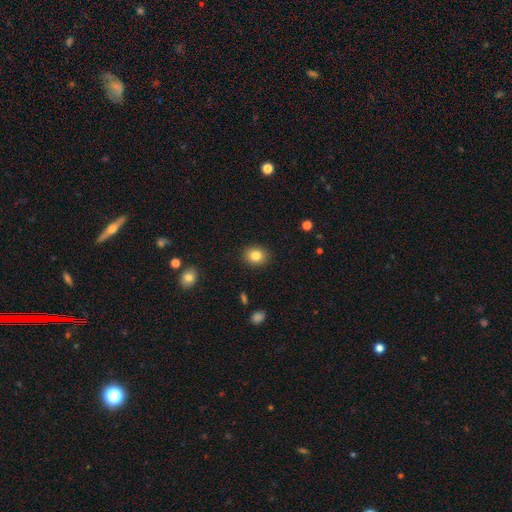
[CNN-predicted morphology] Smooth or featured: smooth — 84% (star or artifact — 10%)
How rounded: round — 62% (in between — 37%)
Merging: none — 90% (minor disturbance — 7%)